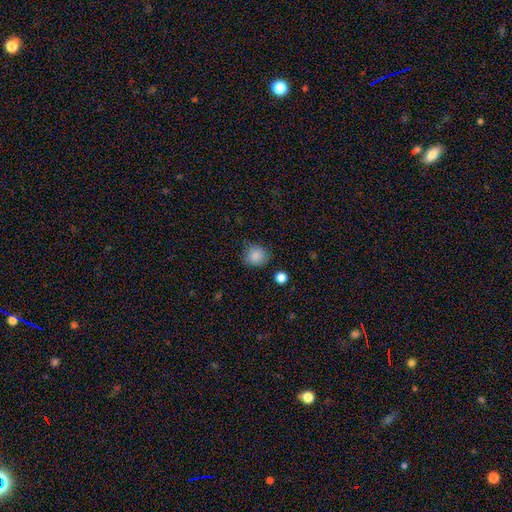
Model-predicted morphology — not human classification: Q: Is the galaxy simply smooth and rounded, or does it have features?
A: smooth — 86%.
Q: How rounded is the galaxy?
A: round — 86%.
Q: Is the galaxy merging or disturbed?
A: none — 81%.